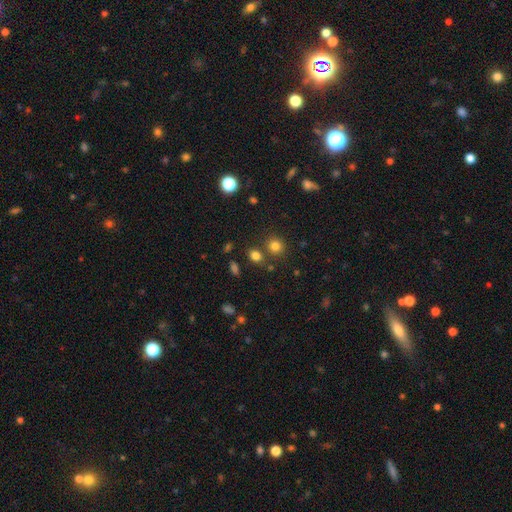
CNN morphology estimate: Q: Smooth or featured?
A: smooth (77%); runner-up: star or artifact (17%)
Q: How rounded?
A: round (55%); runner-up: in between (44%)
Q: Merging?
A: none (73%); runner-up: merger (13%)